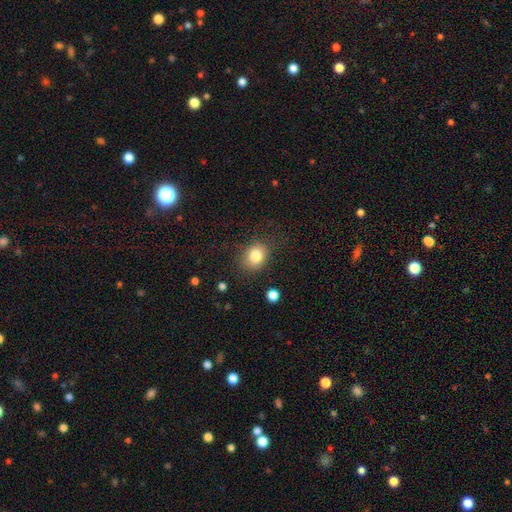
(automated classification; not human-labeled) smooth_or_featured: smooth (p=0.82) [alt: star or artifact p=0.10]
how_rounded: round (p=0.57) [alt: in between p=0.43]
merging: none (p=0.78) [alt: minor disturbance p=0.15]